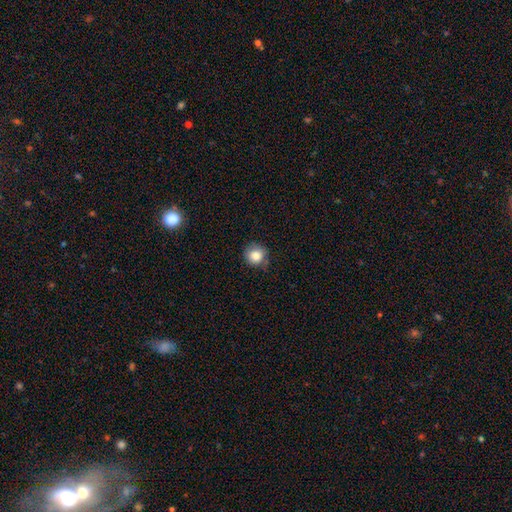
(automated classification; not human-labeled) The model was most divided on "merging": none: 77%, minor disturbance: 18%, major disturbance: 3%, merger: 1%. More confident: how rounded — round (90%); smooth or featured — smooth (84%).